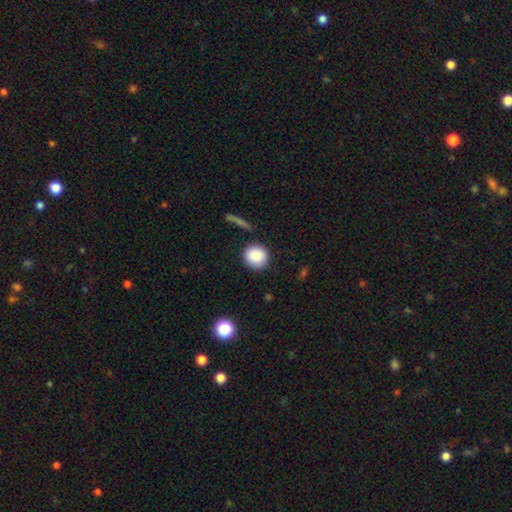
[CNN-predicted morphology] smooth 88%, star or artifact 8%, featured or disk 4%. Down the decision tree: how rounded — round (91%); merging — none (87%).